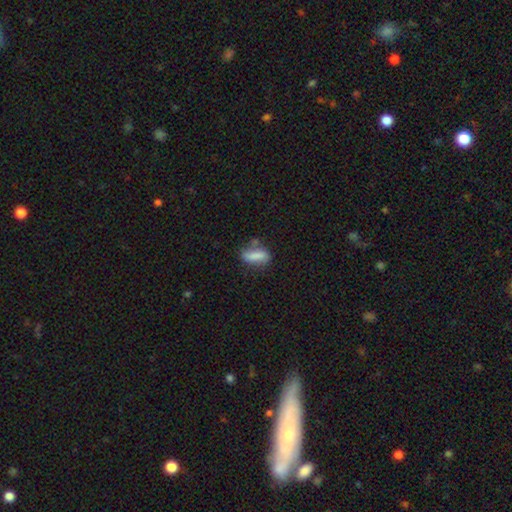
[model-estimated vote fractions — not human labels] Smooth or featured? smooth (76%)
How rounded? in between (64%)
Merging? none (54%)